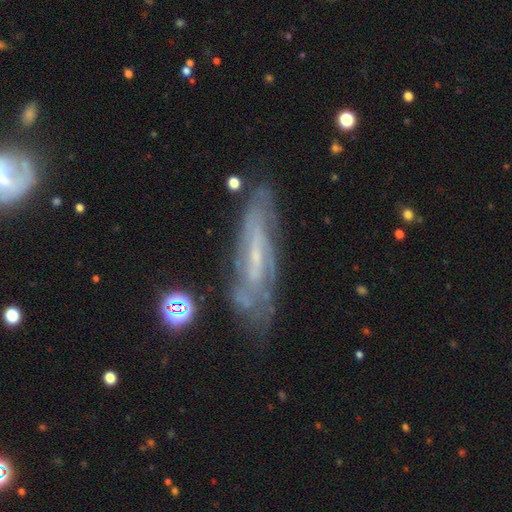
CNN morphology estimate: featured or disk 75%, smooth 17%, star or artifact 8%. Down the decision tree: edge-on disk — no (67%); merging — none (72%).